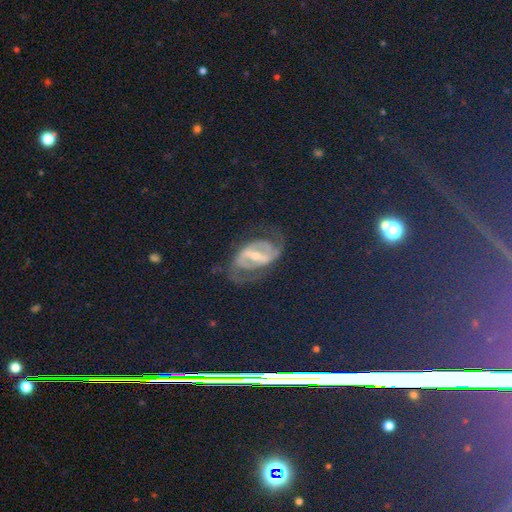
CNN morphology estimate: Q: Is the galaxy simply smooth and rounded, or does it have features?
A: featured or disk — 46%.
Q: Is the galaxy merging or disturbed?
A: none — 65%.